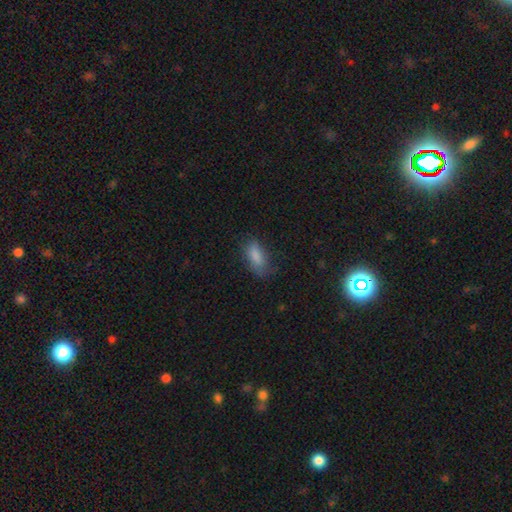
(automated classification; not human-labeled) smooth_or_featured: smooth (p=0.79) [alt: star or artifact p=0.11]
how_rounded: in between (p=0.84) [alt: cigar-shaped p=0.12]
merging: none (p=0.62) [alt: minor disturbance p=0.27]